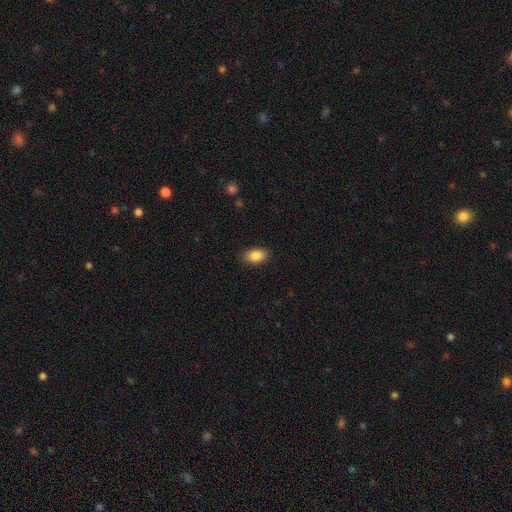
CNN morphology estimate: Smooth or featured?
  - smooth: 87% *
  - star or artifact: 8%
  - featured or disk: 5%
How rounded?
  - in between: 89% *
  - round: 10%
  - cigar-shaped: 2%
Merging?
  - none: 88% *
  - minor disturbance: 9%
  - major disturbance: 2%
  - merger: 1%